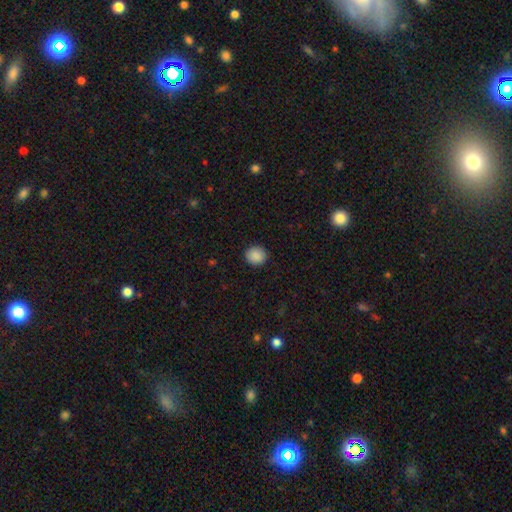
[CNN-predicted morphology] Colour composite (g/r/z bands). It shows a smooth galaxy with no disk features (89%) that is round (83%). Merging: none (91%).